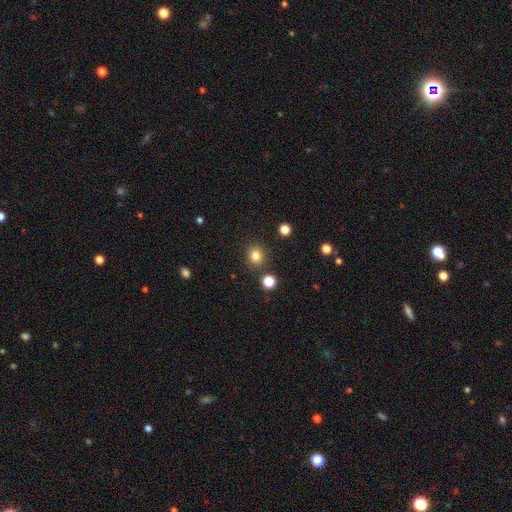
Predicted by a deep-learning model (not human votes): Morphology: type=smooth (81%); roundness=round (87%); merging=none (87%).